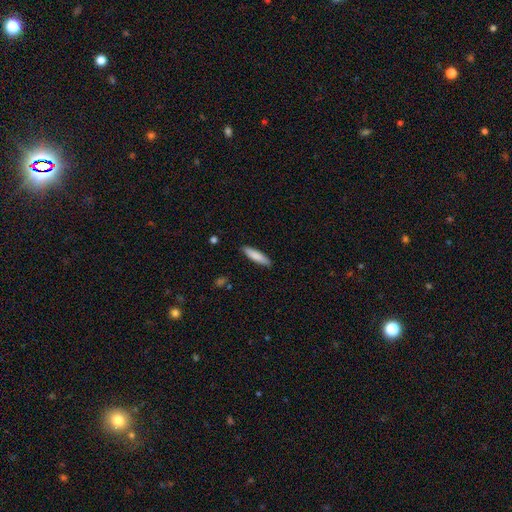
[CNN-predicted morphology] Smooth or featured? smooth (84%)
How rounded? cigar-shaped (75%)
Merging? none (89%)